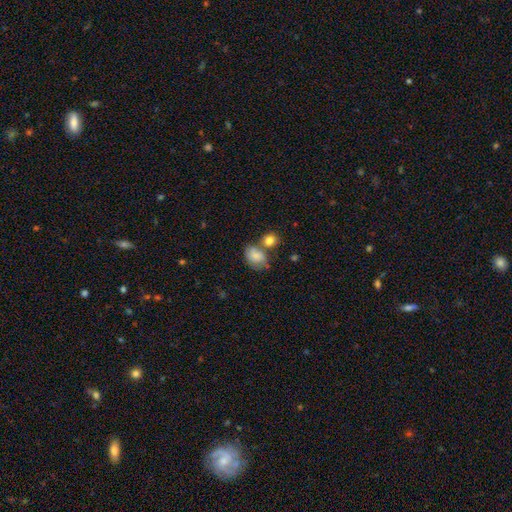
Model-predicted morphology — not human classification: Smooth or featured?
  - smooth: 77% *
  - featured or disk: 15%
  - star or artifact: 9%
How rounded?
  - in between: 72% *
  - round: 27%
  - cigar-shaped: 1%
Merging?
  - none: 39% *
  - merger: 31%
  - minor disturbance: 21%
  - major disturbance: 9%